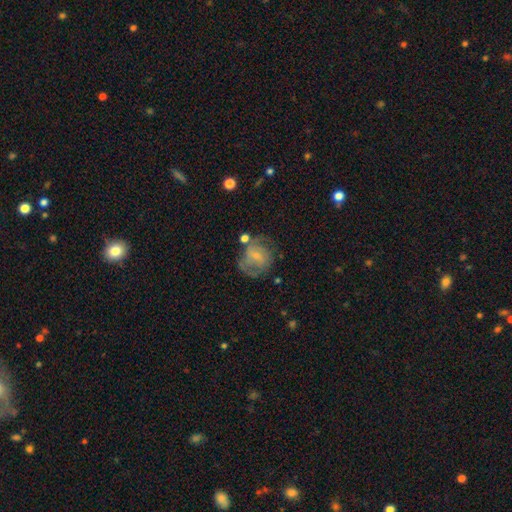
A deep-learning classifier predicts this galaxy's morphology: This appears to be a featured or disk galaxy (56%) with a weak bar (45%), spiral arms (73%) and a small central bulge (68%). Merging: none (48%).